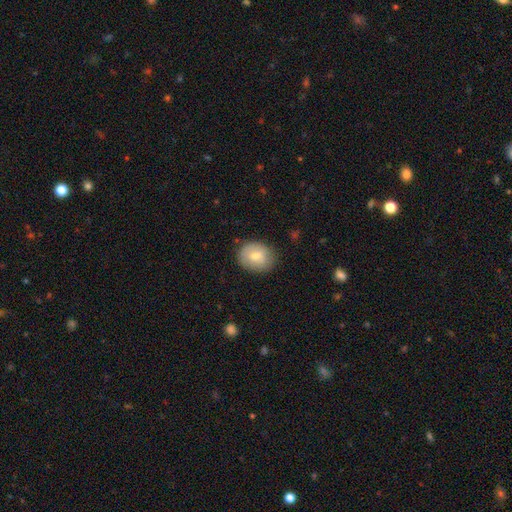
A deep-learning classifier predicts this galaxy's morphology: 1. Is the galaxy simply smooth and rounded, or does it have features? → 74% smooth, 19% featured or disk, 7% star or artifact.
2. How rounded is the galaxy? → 53% round, 46% in between, 1% cigar-shaped.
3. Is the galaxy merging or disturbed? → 80% none, 15% minor disturbance, 4% major disturbance, 1% merger.